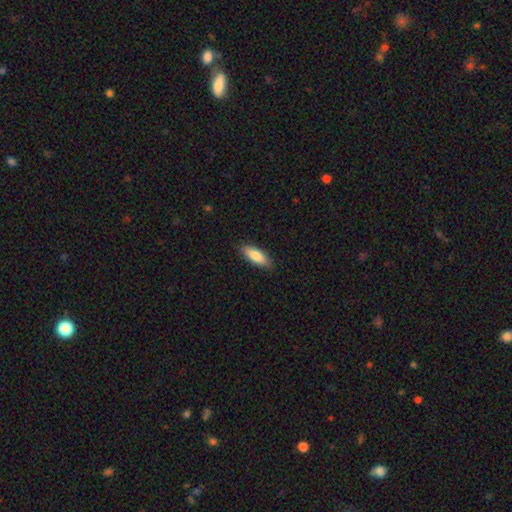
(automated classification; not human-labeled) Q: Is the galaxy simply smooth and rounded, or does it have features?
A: smooth — 83%.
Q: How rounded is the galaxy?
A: in between — 65%.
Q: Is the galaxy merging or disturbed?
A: none — 88%.